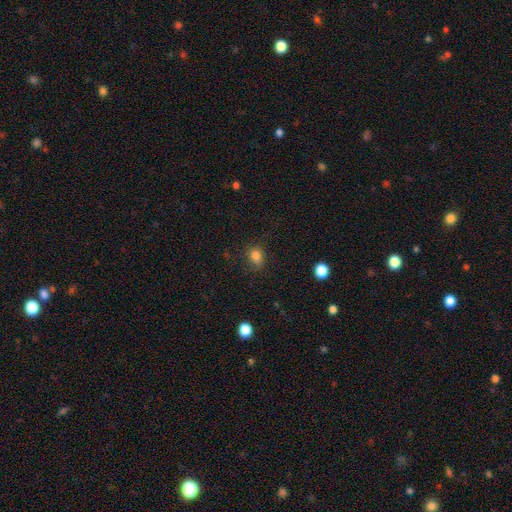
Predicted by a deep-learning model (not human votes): Overall: smooth (82%). How rounded: round (56%; in between 42%). Merging: none (79%).